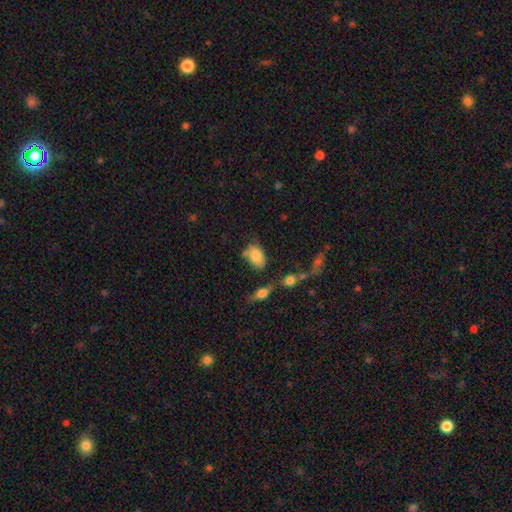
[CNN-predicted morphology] A smooth galaxy with no disk features (78%) that is in between round and cigar-shaped (87%). Merging: none (50%).